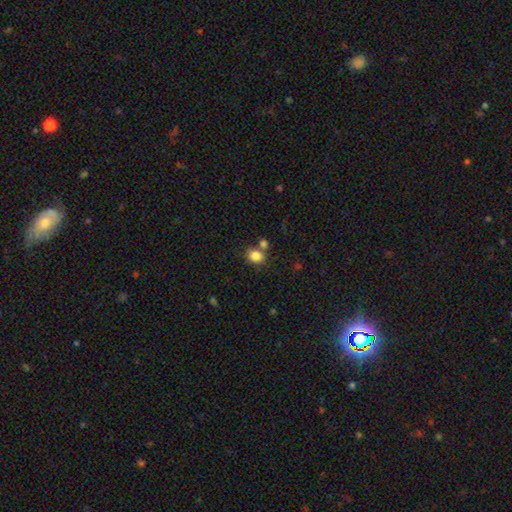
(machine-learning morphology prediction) Smooth or featured? smooth (84%)
How rounded? in between (53%)
Merging? none (64%)